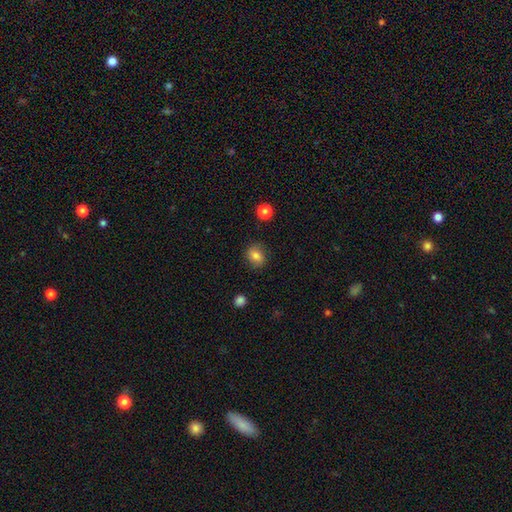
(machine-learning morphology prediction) Smooth or featured? Predicted: smooth (p=0.80). How rounded? Predicted: round (p=0.62). Merging? Predicted: none (p=0.84).